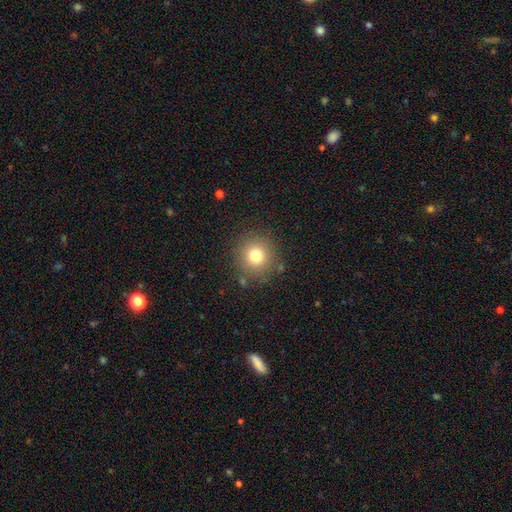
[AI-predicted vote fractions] This appears to be a smooth galaxy with no disk features (78%) that is round (93%). Merging: none (86%).